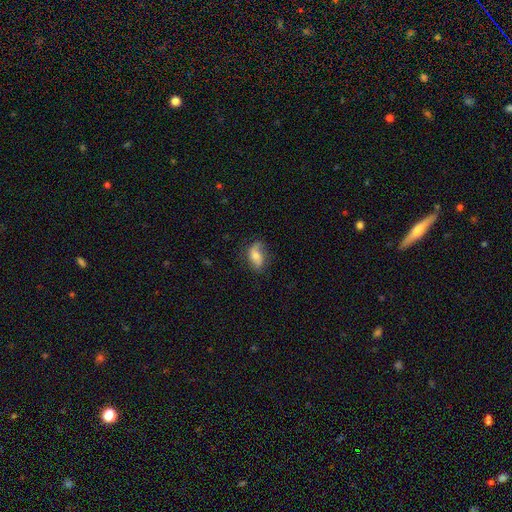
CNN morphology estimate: Overall: smooth (59%; featured or disk 33%). How rounded: in between (86%). Merging: none (68%).